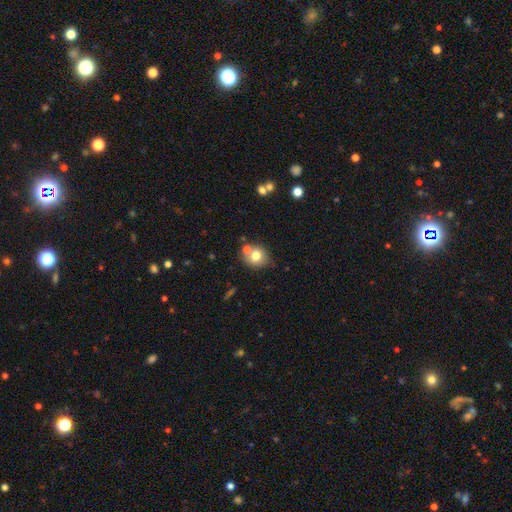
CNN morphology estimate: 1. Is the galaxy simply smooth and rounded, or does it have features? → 74% smooth, 15% featured or disk, 11% star or artifact.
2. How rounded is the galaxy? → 78% round, 21% in between, 1% cigar-shaped.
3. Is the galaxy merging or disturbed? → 62% none, 23% merger, 12% minor disturbance, 4% major disturbance.